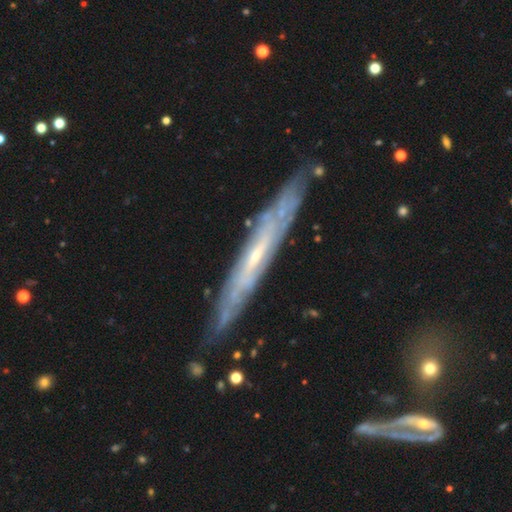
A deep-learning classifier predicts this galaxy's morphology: Smooth or featured? Predicted: featured or disk (p=0.80). Edge-on disk? Predicted: yes (p=0.65). Edge-on bulge? Predicted: none (p=0.61). Merging? Predicted: none (p=0.83).